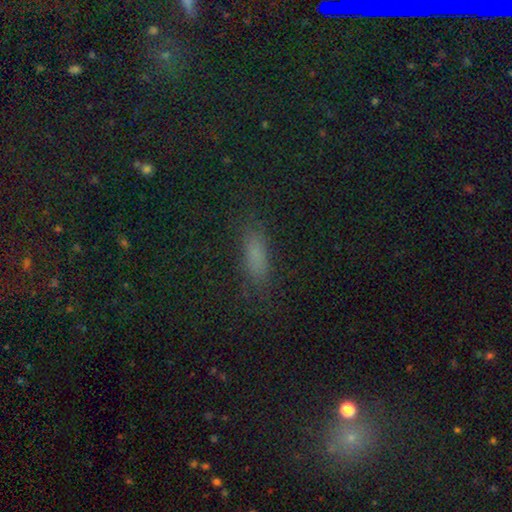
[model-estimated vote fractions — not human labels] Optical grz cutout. It shows a smooth galaxy with no disk features (72%) that is cigar-shaped (49%). Merging: none (80%).